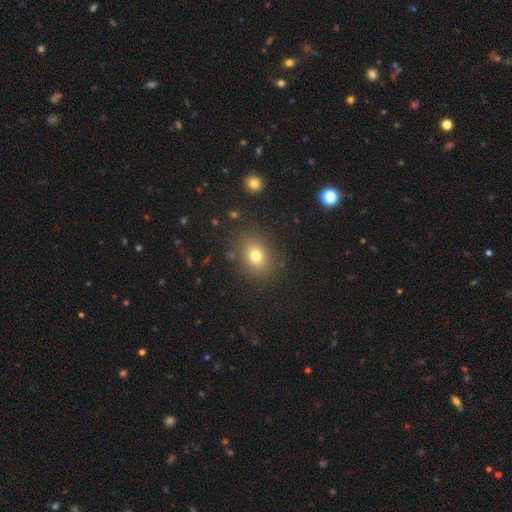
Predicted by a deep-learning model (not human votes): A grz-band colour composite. It shows a smooth galaxy with no disk features (75%) that is in between round and cigar-shaped (58%). Merging: none (83%).